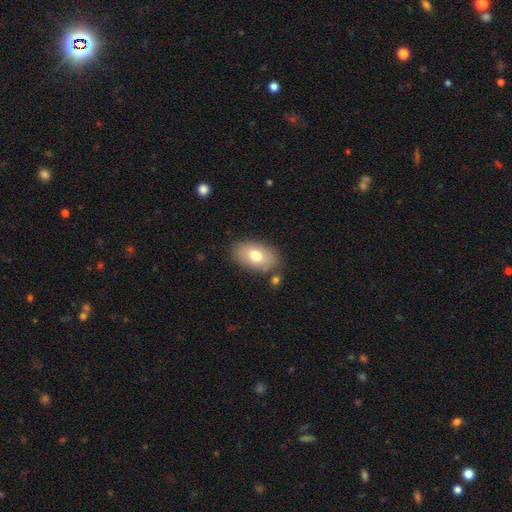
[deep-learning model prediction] A smooth galaxy with no disk features (75%) that is in between round and cigar-shaped (91%). Merging: none (81%).